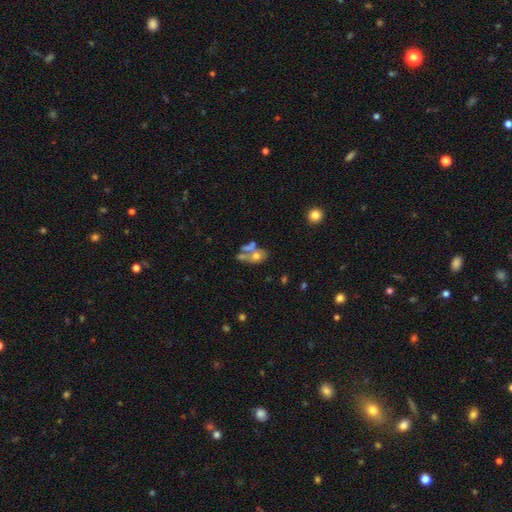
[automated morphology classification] Smooth or featured? Predicted: smooth (p=0.48). Merging? Predicted: merger (p=0.48).